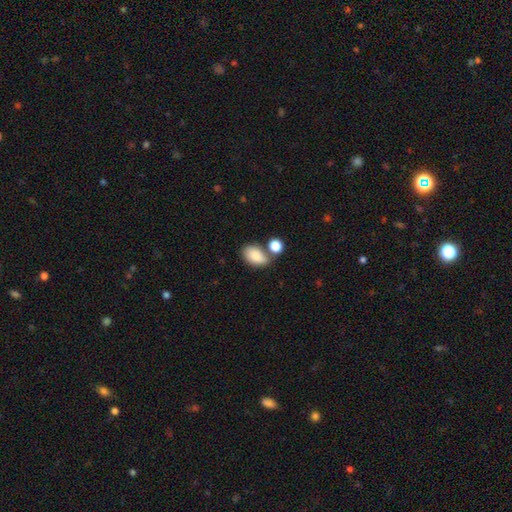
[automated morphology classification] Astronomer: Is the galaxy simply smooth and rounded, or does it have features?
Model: smooth — 85%.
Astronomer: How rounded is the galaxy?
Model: in between — 89%.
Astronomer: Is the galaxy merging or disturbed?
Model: none — 54%.